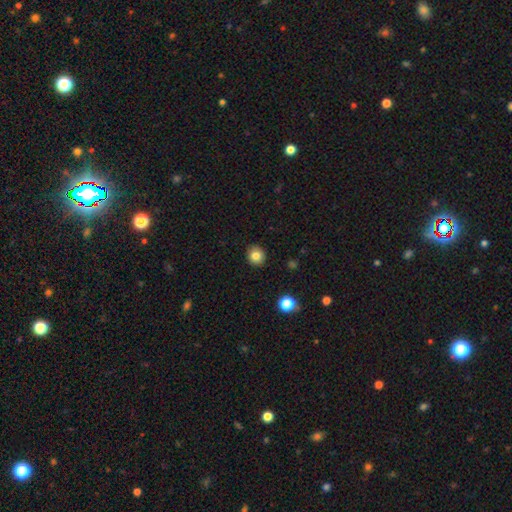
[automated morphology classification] Smooth or featured? Predicted: smooth (p=0.83). How rounded? Predicted: round (p=0.86). Merging? Predicted: none (p=0.91).